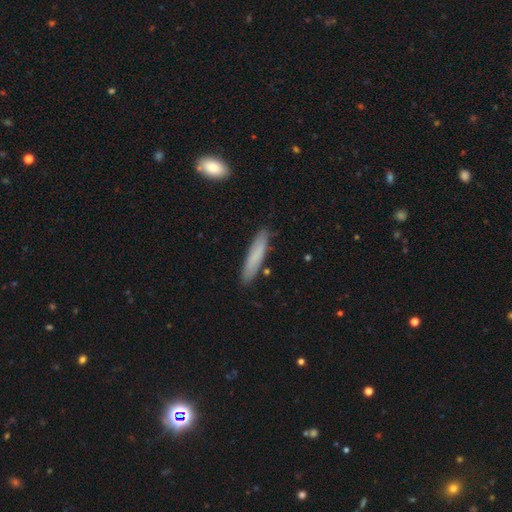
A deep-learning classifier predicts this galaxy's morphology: smooth-or-featured: smooth: 76% | featured or disk: 18% | star or artifact: 6%
  how-rounded: cigar-shaped: 89% | in between: 10% | round: 1%
  merging: none: 87% | minor disturbance: 10% | merger: 2% | major disturbance: 2%